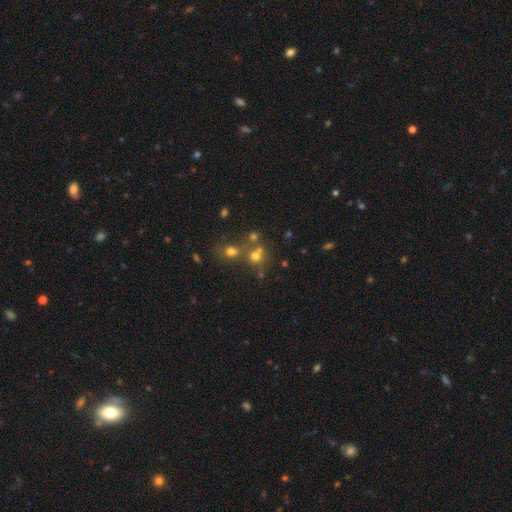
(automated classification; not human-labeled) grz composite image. It shows a smooth galaxy with no disk features (61%) that is round (84%). Merging: none (50%).